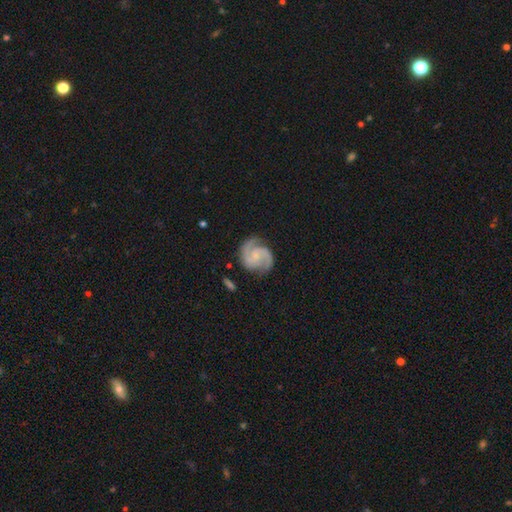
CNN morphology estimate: featured or disk 90%, smooth 5%, star or artifact 4%. Down the decision tree: edge-on disk — no (98%); bar — no (63%); spiral arms — yes (98%); spiral arm count — 2 (90%); spiral winding — medium (53%); bulge size — small (60%); merging — none (80%).